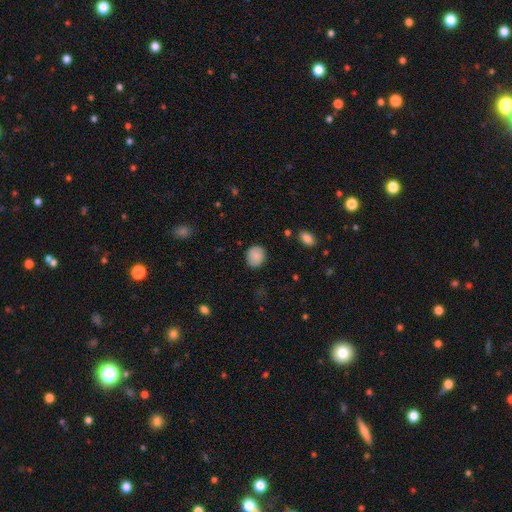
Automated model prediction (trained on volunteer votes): Smooth or featured: smooth — 86% (star or artifact — 8%)
How rounded: round — 70% (in between — 29%)
Merging: none — 84% (minor disturbance — 12%)